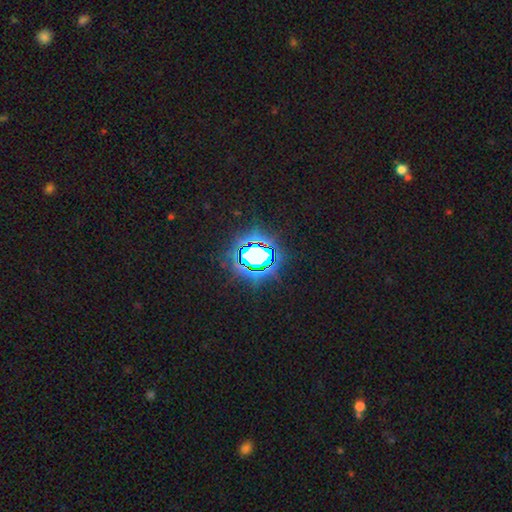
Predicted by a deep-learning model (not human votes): Smooth or featured: star or artifact — 74% (smooth — 15%)